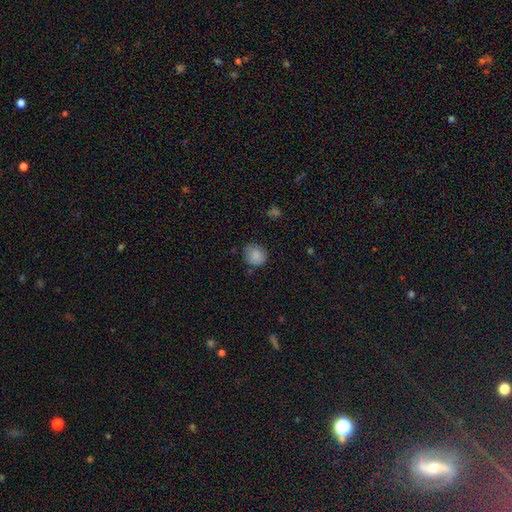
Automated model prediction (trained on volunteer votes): This appears to be a smooth galaxy with no disk features (83%) that is round (85%). Merging: none (75%).